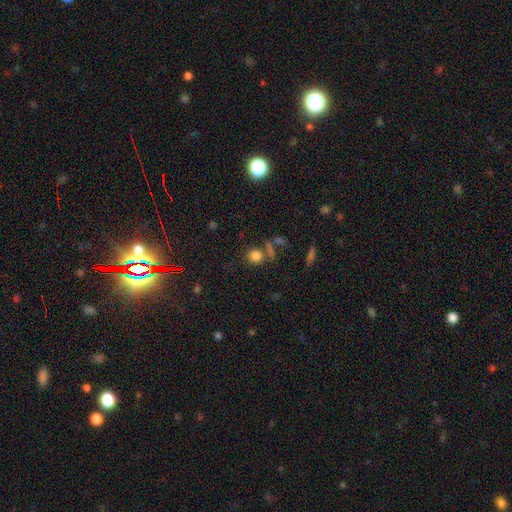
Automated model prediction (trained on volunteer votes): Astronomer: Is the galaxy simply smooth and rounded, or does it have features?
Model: smooth — 79%.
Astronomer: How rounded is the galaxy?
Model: round — 84%.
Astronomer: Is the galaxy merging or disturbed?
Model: none — 68%.